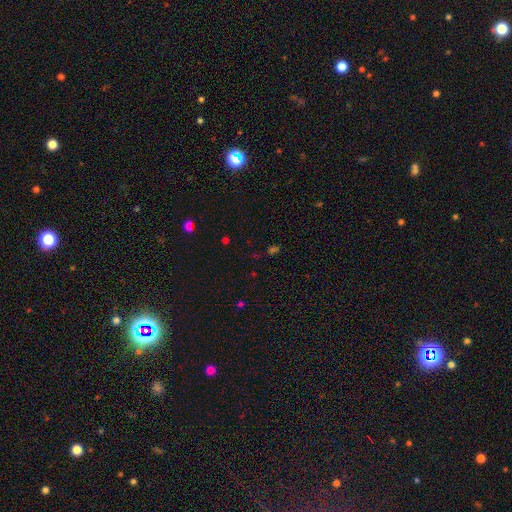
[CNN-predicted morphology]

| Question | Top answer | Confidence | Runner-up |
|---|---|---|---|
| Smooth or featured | star or artifact | 54% | smooth (39%) |